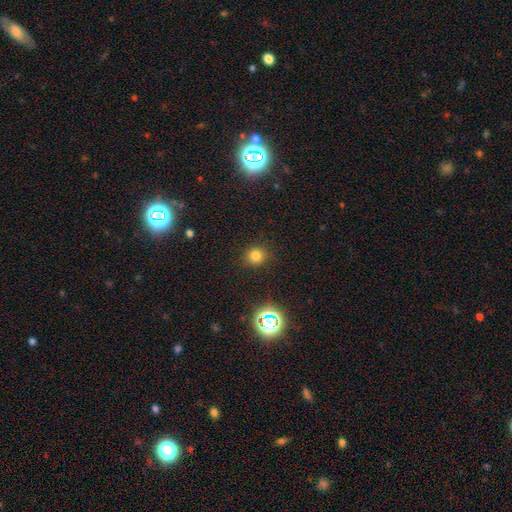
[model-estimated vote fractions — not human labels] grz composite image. It shows a smooth galaxy with no disk features (75%) that is round (89%). Merging: none (88%).